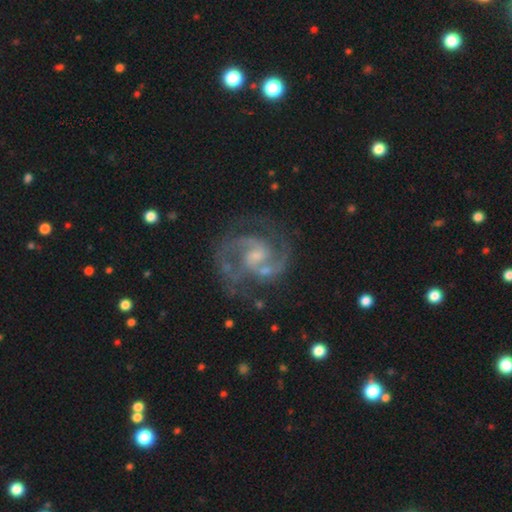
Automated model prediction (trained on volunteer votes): Overall: featured or disk (92%). Edge-on disk: no (98%). Bar: weak (55%; no 33%). Spiral arms: yes (98%). Spiral arm count: 2 (87%). Spiral winding: medium (63%; tight 26%). Bulge size: small (43%; moderate 36%). Merging: none (71%).